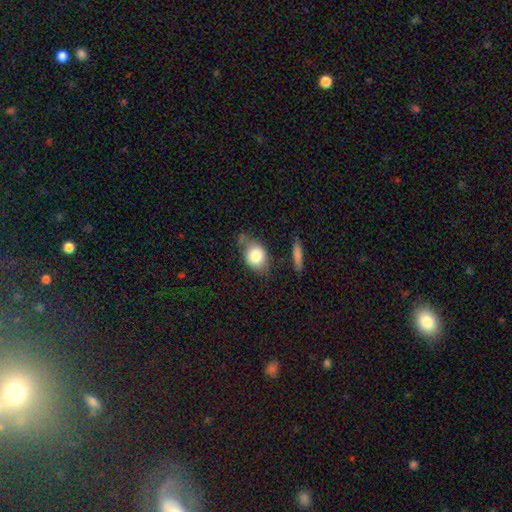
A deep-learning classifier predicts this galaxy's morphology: This appears to be a smooth galaxy with no disk features (81%) that is in between round and cigar-shaped (58%). Merging: none (56%).